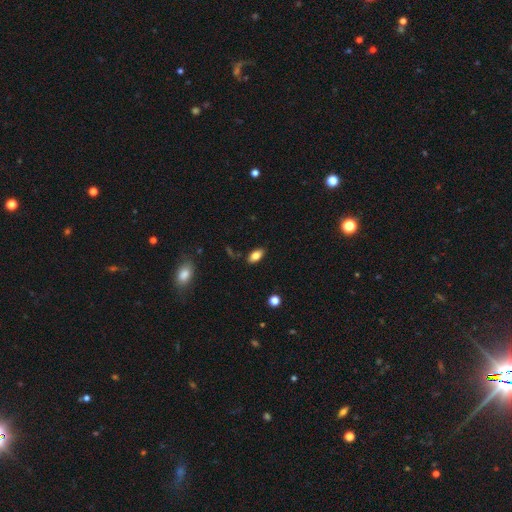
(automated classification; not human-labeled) A smooth galaxy with no disk features (82%) that is in between round and cigar-shaped (91%).

Vote fractions:
- Smooth or featured? smooth: 82% / featured or disk: 9% / star or artifact: 9%
- How rounded? in between: 91% / round: 5% / cigar-shaped: 5%
- Merging? none: 84% / minor disturbance: 11% / major disturbance: 3% / merger: 2%